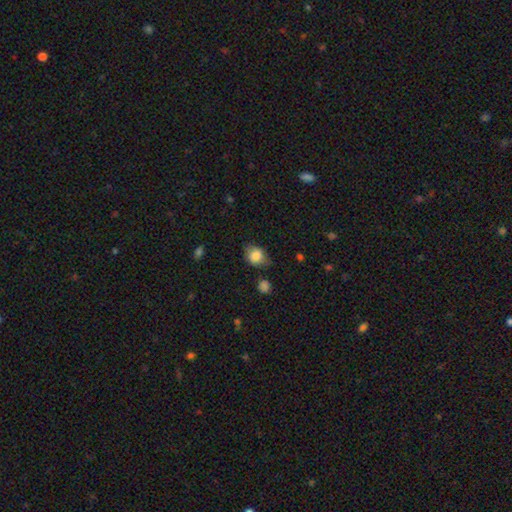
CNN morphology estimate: smooth_or_featured: smooth (p=0.83) [alt: star or artifact p=0.09]
how_rounded: round (p=0.50) [alt: in between p=0.48]
merging: none (p=0.68) [alt: minor disturbance p=0.24]